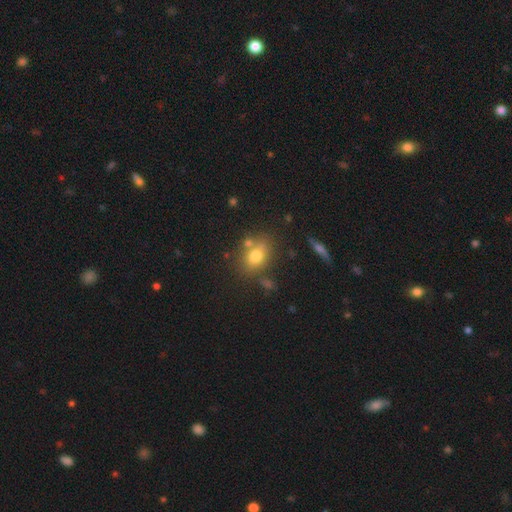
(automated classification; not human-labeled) A smooth galaxy with no disk features (73%) that is in between round and cigar-shaped (66%). Merging: none (68%).